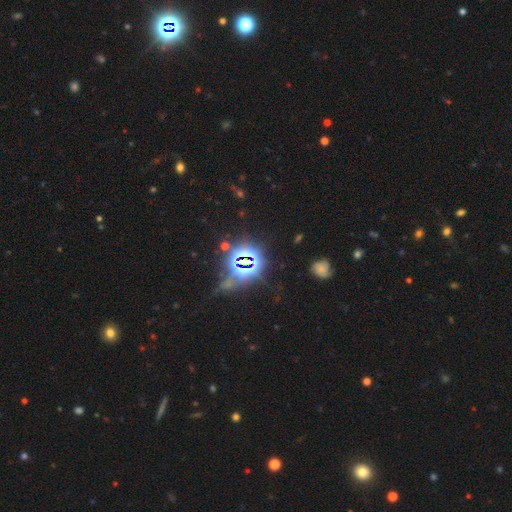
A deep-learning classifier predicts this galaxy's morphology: Smooth or featured? star or artifact (82%)